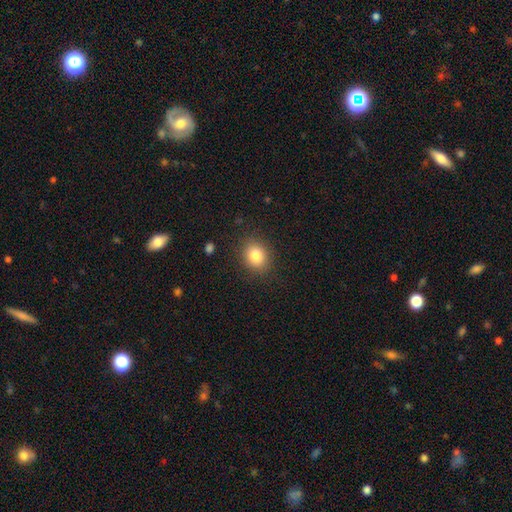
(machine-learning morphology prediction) This appears to be a smooth galaxy with no disk features (82%) that is round (61%). Merging: none (87%).